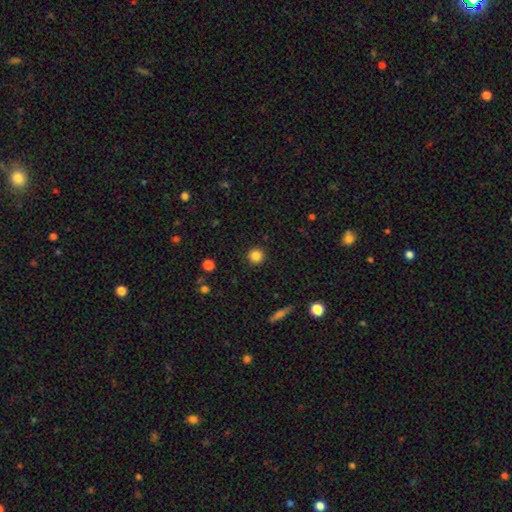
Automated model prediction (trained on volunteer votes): smooth 84%, star or artifact 11%, featured or disk 4%. Down the decision tree: how rounded — round (94%); merging — none (92%).